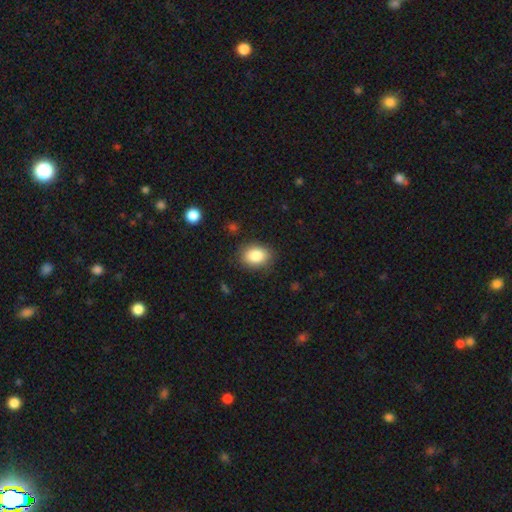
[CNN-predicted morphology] Q: Smooth or featured?
A: smooth (85%); runner-up: star or artifact (8%)
Q: How rounded?
A: in between (68%); runner-up: round (31%)
Q: Merging?
A: none (85%); runner-up: minor disturbance (11%)